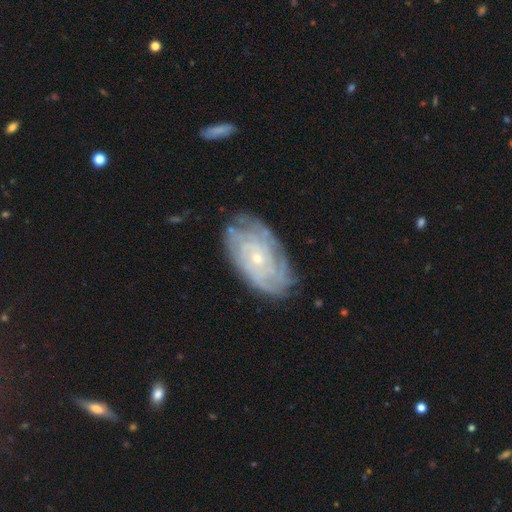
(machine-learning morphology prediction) Overall: featured or disk (78%). Edge-on disk: no (95%). Bar: no (80%). Spiral arms: yes (92%). Spiral arm count: can't tell (46%; 4 15%). Spiral winding: tight (78%). Bulge size: small (76%). Merging: none (78%).